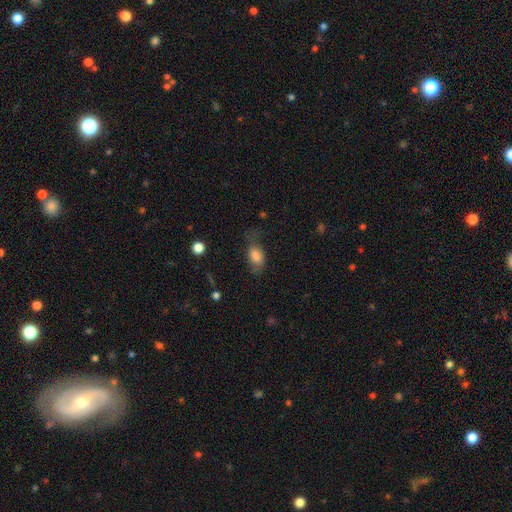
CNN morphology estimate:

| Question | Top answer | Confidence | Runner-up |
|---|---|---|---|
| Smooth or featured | smooth | 76% | featured or disk (16%) |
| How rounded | in between | 87% | round (10%) |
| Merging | none | 47% | minor disturbance (28%) |